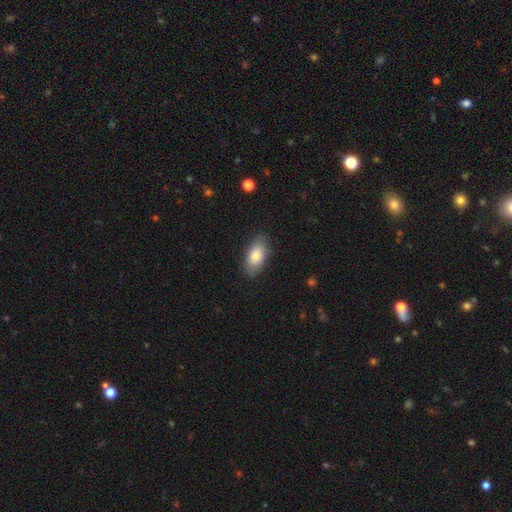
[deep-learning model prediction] smooth_or_featured: smooth (p=0.82) [alt: featured or disk p=0.12]
how_rounded: in between (p=0.92) [alt: cigar-shaped p=0.05]
merging: none (p=0.84) [alt: minor disturbance p=0.12]